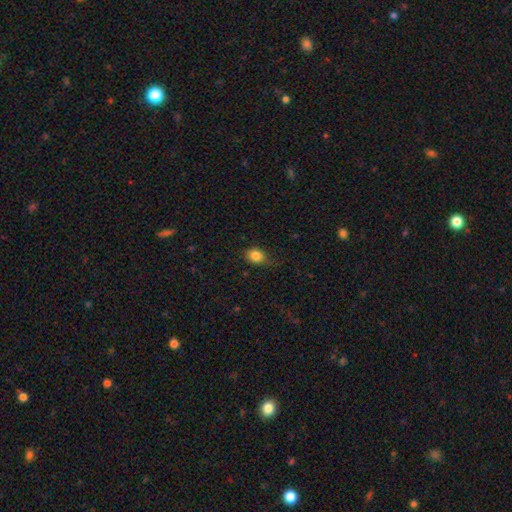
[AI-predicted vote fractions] This is clearly a smooth galaxy (84%). How rounded: possibly in between (52%). Merging: likely none (73%).